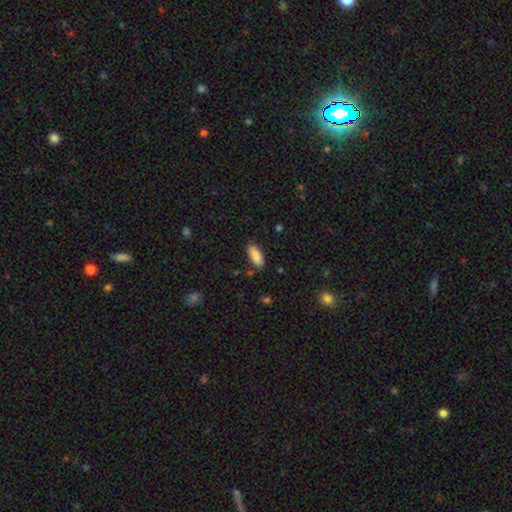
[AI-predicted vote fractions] Smooth or featured: smooth — 89% (star or artifact — 6%)
How rounded: in between — 80% (cigar-shaped — 19%)
Merging: none — 85% (minor disturbance — 11%)